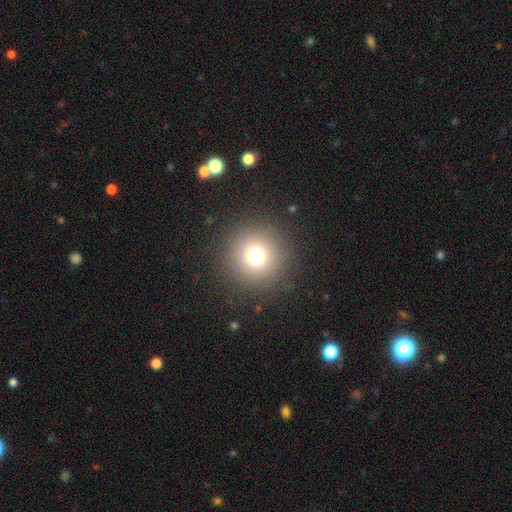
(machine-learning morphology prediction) This appears to be a smooth galaxy with no disk features (73%) that is round (96%). Merging: none (90%).